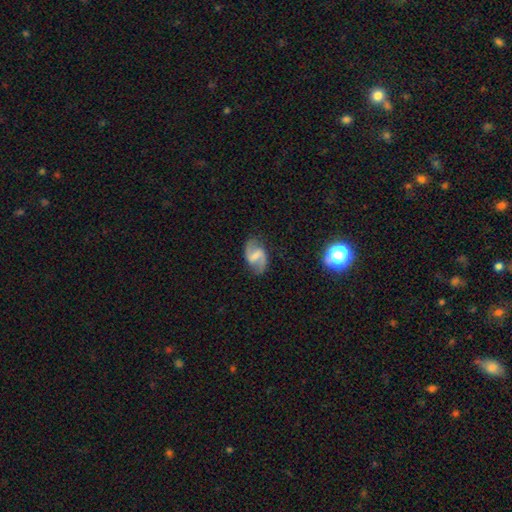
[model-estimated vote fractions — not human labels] A featured or disk galaxy (82%) with a weak bar (47%), 2 (93%) loose (45%) spiral arms (95%) and no central bulge (44%). Merging: none (81%).